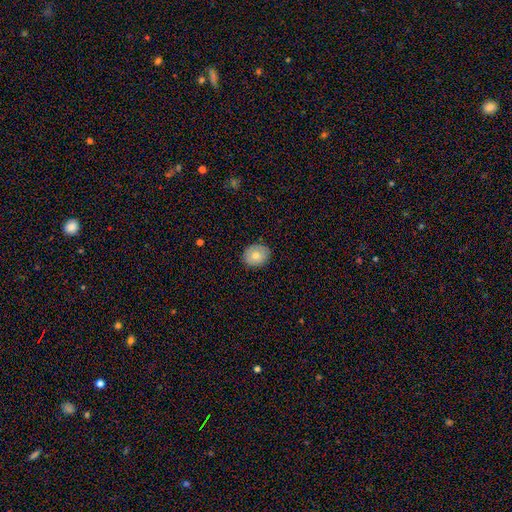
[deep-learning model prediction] smooth 70%, featured or disk 22%, star or artifact 8%. Down the decision tree: how rounded — round (64%); merging — none (87%).